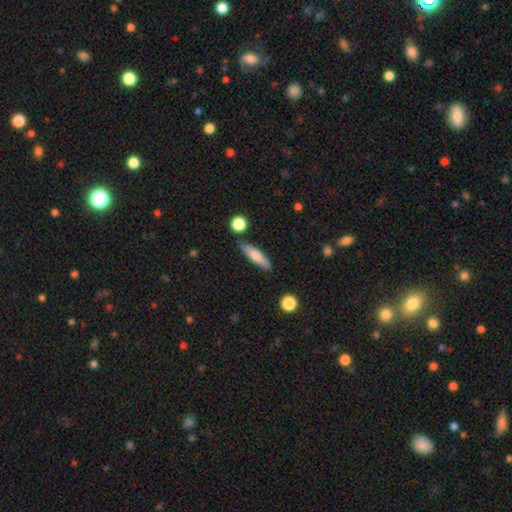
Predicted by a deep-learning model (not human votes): The model was most divided on "how rounded": cigar-shaped: 72%, in between: 26%, round: 2%. More confident: merging — none (83%); smooth or featured — smooth (73%).